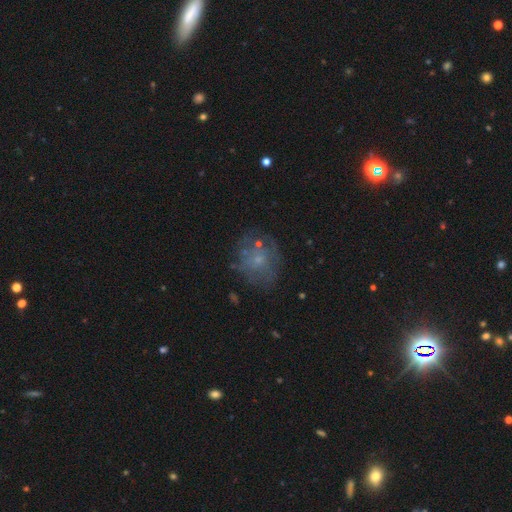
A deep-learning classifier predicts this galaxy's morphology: Smooth or featured? smooth (43%)
Merging? none (67%)